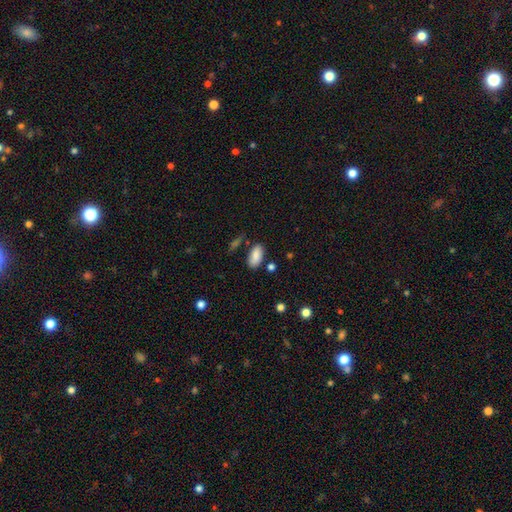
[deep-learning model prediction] This appears to be a smooth galaxy with no disk features (87%) that is in between round and cigar-shaped (92%). Merging: none (77%).